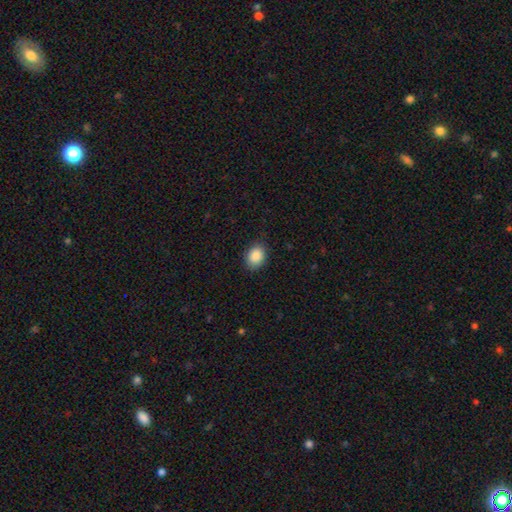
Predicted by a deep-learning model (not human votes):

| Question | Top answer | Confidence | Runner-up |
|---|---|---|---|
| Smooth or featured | smooth | 88% | star or artifact (8%) |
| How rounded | in between | 61% | round (38%) |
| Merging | none | 86% | minor disturbance (11%) |